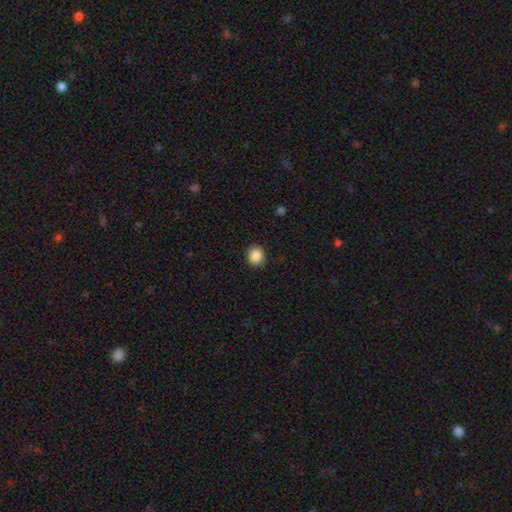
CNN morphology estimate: The model was most divided on "smooth or featured": smooth: 88%, star or artifact: 9%, featured or disk: 3%. More confident: merging — none (92%); how rounded — round (91%).